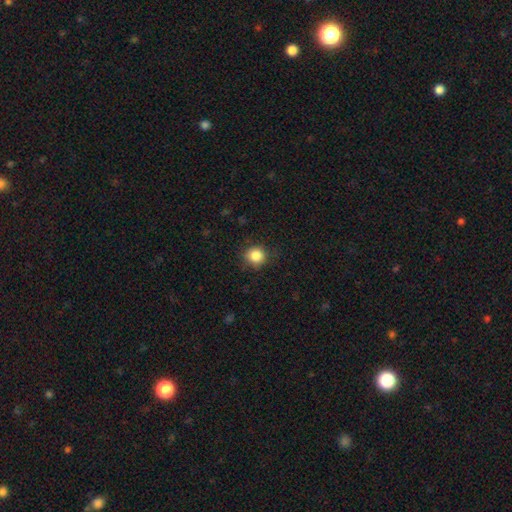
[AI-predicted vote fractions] Smooth or featured? Predicted: smooth (p=0.85). How rounded? Predicted: round (p=0.89). Merging? Predicted: none (p=0.84).